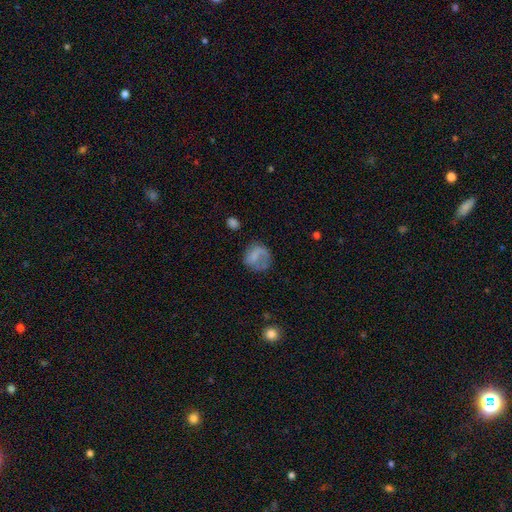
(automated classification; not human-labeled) Overall: smooth (57%; featured or disk 33%). How rounded: round (74%). Merging: none (51%; minor disturbance 24%).